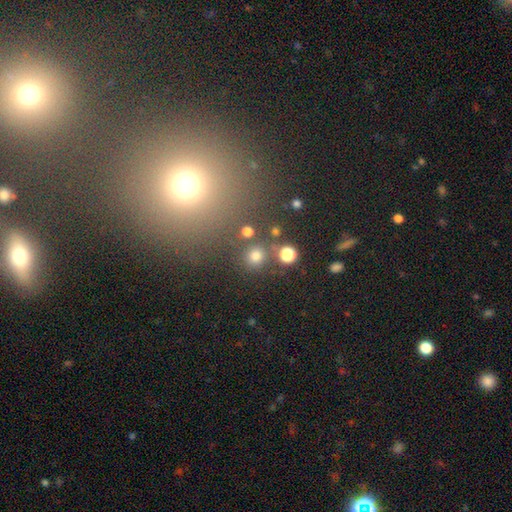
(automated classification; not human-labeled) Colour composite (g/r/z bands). It shows a smooth galaxy with no disk features (75%) that is round (92%). Merging: none (84%).